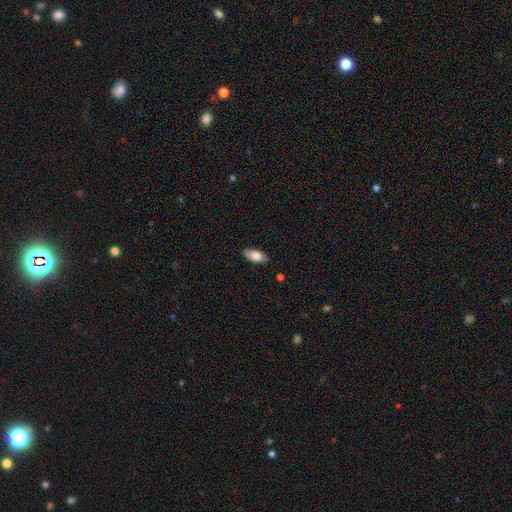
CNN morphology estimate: A smooth galaxy with no disk features (80%) that is in between round and cigar-shaped (88%).

Vote fractions:
- Smooth or featured? smooth: 80% / featured or disk: 13% / star or artifact: 6%
- How rounded? in between: 88% / cigar-shaped: 10% / round: 2%
- Merging? none: 86% / minor disturbance: 11% / major disturbance: 2% / merger: 1%